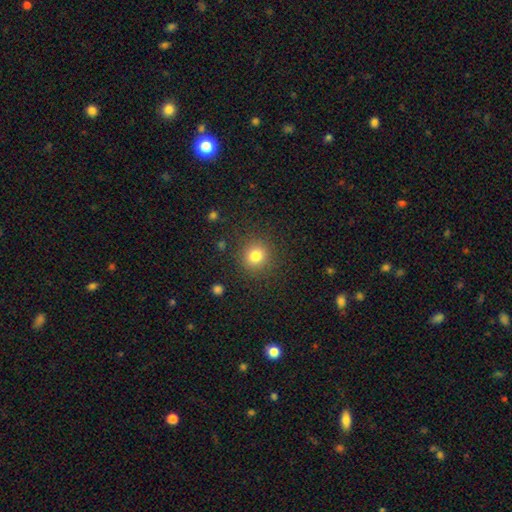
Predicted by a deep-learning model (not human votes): Smooth or featured? Predicted: smooth (p=0.80). How rounded? Predicted: round (p=0.90). Merging? Predicted: none (p=0.88).